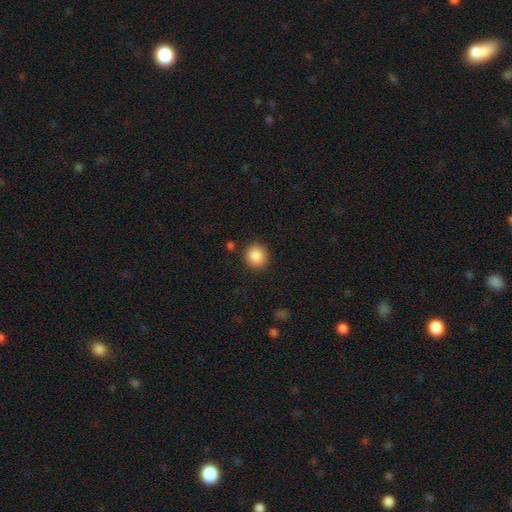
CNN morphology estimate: A smooth galaxy with no disk features (88%) that is round (88%).

Vote fractions:
- Smooth or featured? smooth: 88% / star or artifact: 9% / featured or disk: 3%
- How rounded? round: 88% / in between: 11% / cigar-shaped: 1%
- Merging? none: 88% / minor disturbance: 8% / major disturbance: 3% / merger: 2%